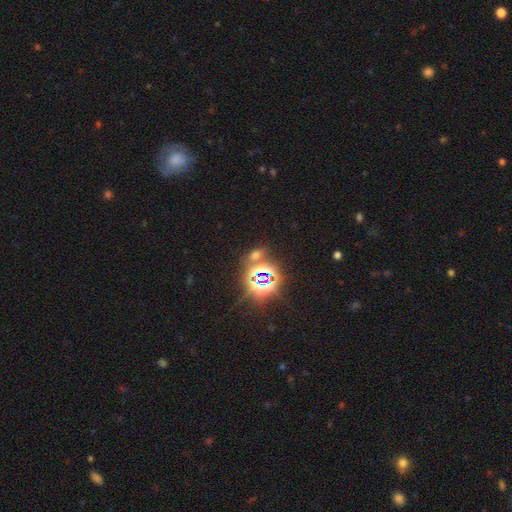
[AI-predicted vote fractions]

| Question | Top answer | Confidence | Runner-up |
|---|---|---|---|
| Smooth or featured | star or artifact | 58% | smooth (32%) |